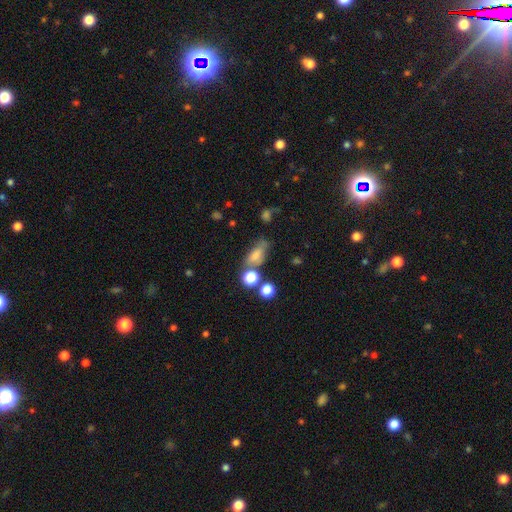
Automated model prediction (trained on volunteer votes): smooth 70%, star or artifact 15%, featured or disk 15%. Down the decision tree: how rounded — in between (71%); merging — none (47%).